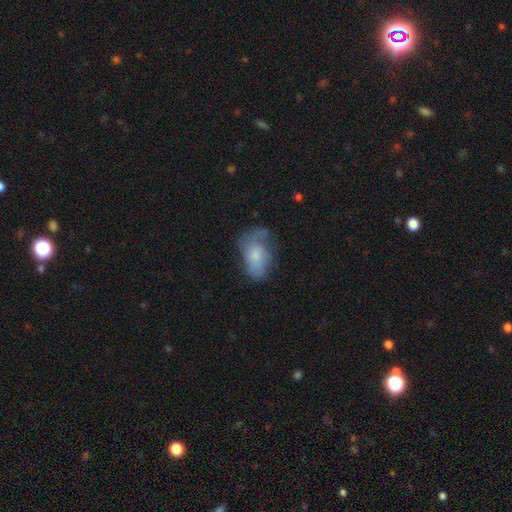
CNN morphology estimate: A smooth galaxy with no disk features (54%) that is in between round and cigar-shaped (90%).

Vote fractions:
- Smooth or featured? smooth: 54% / featured or disk: 37% / star or artifact: 9%
- How rounded? in between: 90% / round: 8% / cigar-shaped: 3%
- Merging? none: 45% / minor disturbance: 30% / major disturbance: 22% / merger: 3%